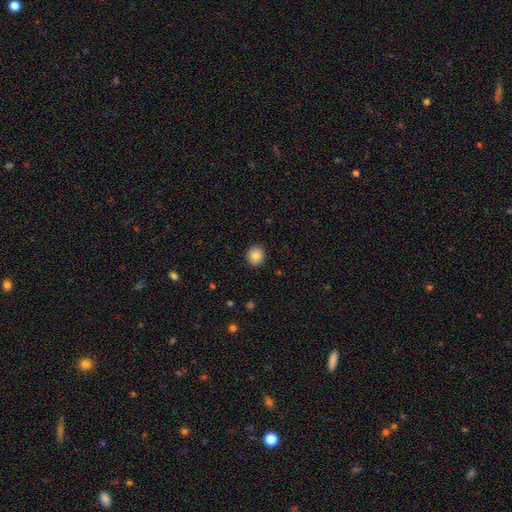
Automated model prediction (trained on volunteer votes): The model was most divided on "smooth or featured": smooth: 86%, star or artifact: 9%, featured or disk: 5%. More confident: merging — none (91%); how rounded — round (89%).